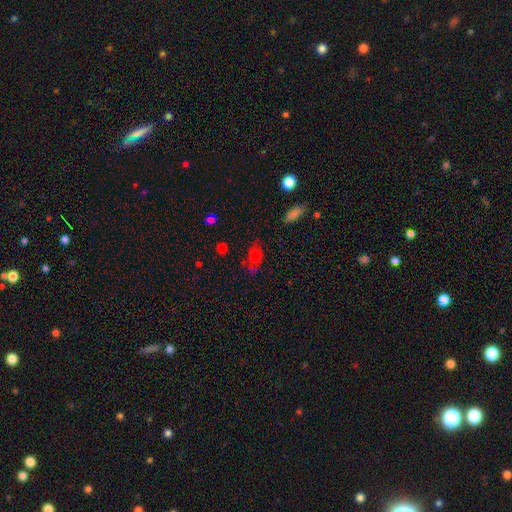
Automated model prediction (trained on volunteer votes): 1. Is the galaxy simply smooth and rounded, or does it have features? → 67% smooth, 17% star or artifact, 17% featured or disk.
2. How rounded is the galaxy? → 60% in between, 36% round, 4% cigar-shaped.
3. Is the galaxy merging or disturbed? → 60% none, 22% minor disturbance, 11% major disturbance, 7% merger.